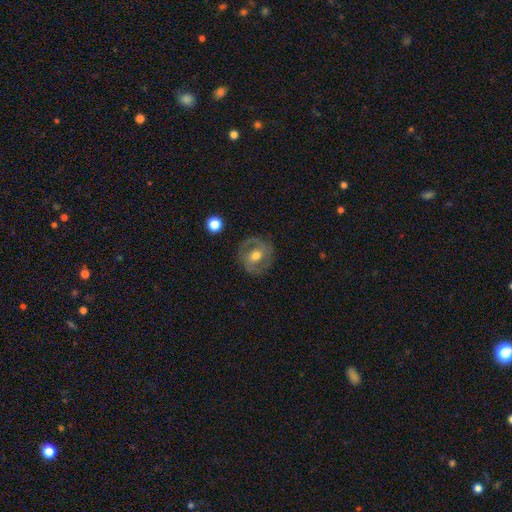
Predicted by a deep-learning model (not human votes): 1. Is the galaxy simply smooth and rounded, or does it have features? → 59% featured or disk, 34% smooth, 7% star or artifact.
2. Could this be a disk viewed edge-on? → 96% no, 4% yes.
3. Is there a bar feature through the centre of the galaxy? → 47% no, 37% weak, 16% strong.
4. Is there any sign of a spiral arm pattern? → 60% yes, 40% no.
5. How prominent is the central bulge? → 74% moderate, 15% small, 9% large, 1% none, 1% dominant.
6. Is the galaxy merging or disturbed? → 79% none, 13% minor disturbance, 6% major disturbance, 1% merger.